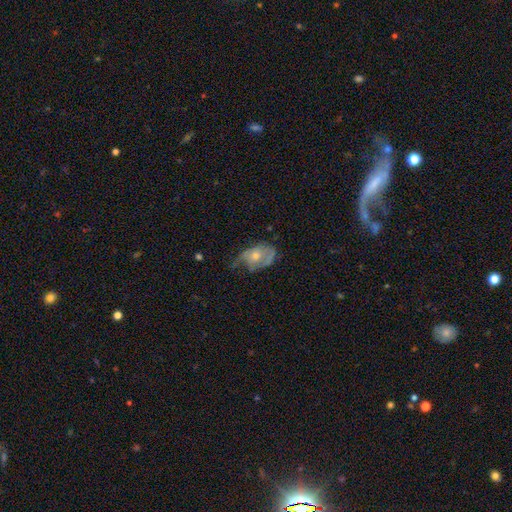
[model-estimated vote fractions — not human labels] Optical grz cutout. It shows a featured or disk galaxy (62%) with no bar (81%), spiral arms (66%) and a moderate central bulge (51%). Merging: none (43%).